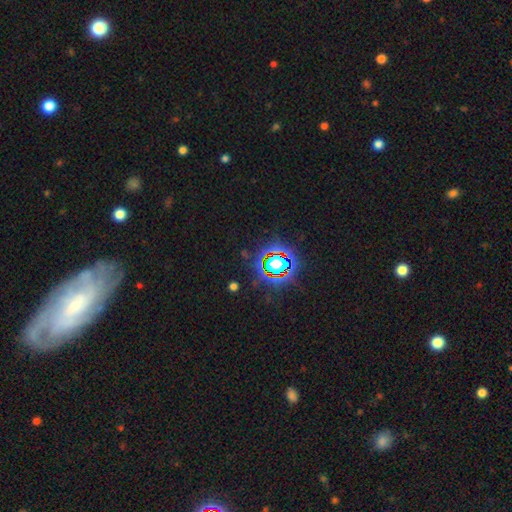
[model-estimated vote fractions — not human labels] Q: Smooth or featured?
A: star or artifact (43%); runner-up: featured or disk (37%)